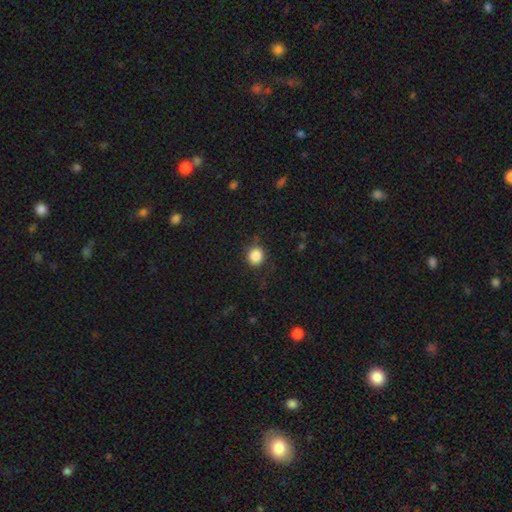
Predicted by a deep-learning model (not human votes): Overall: smooth (86%). How rounded: round (87%). Merging: none (86%).